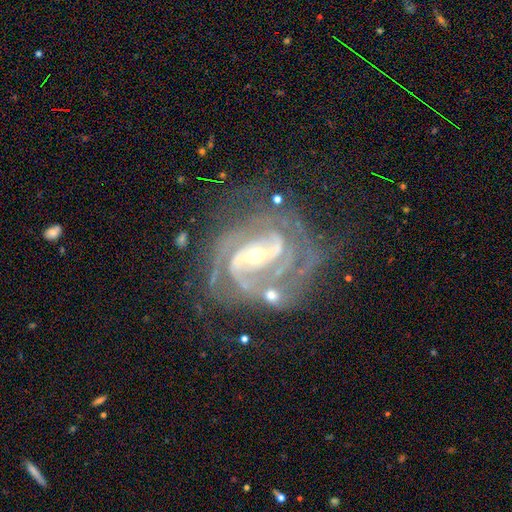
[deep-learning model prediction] A featured or disk galaxy (90%) with a strong bar (47%), 2 (46%) tight (54%) spiral arms (97%) and a moderate central bulge (51%).

Vote fractions:
- Smooth or featured? featured or disk: 90% / star or artifact: 6% / smooth: 4%
- Edge-on disk? no: 97% / yes: 3%
- Bar? strong: 47% / weak: 37% / no: 17%
- Spiral arms? yes: 97% / no: 3%
- Spiral winding? tight: 54% / medium: 38% / loose: 8%
- Spiral arm count? 2: 46% / 3: 23% / can't tell: 14% / 4: 7% / 1: 5% / more than 4: 5%
- Bulge size? moderate: 51% / small: 44% / large: 3% / none: 1% / dominant: 1%
- Merging? none: 52% / minor disturbance: 20% / major disturbance: 18% / merger: 9%